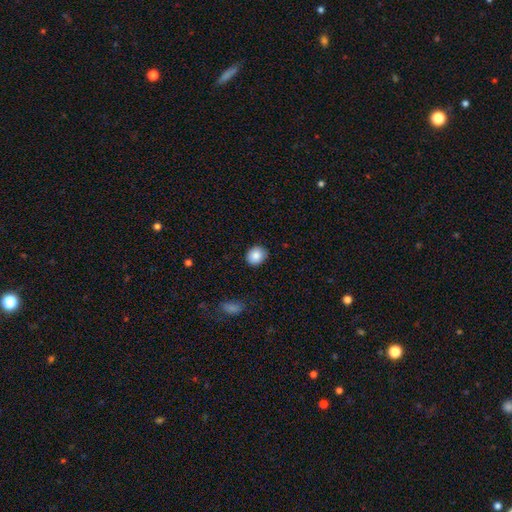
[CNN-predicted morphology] The model was most divided on "how rounded": round: 70%, in between: 29%, cigar-shaped: 1%. More confident: smooth or featured — smooth (87%); merging — none (87%).